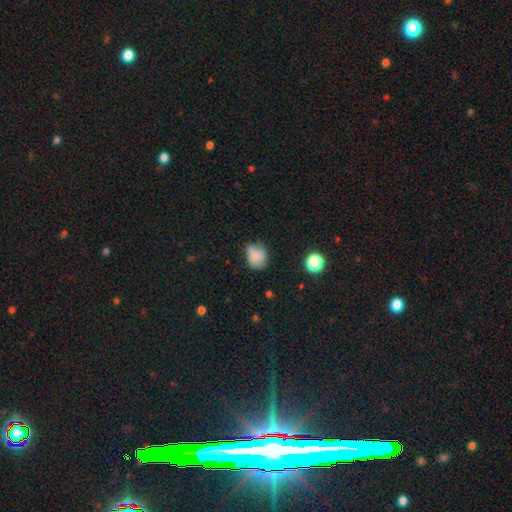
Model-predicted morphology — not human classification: Smooth or featured? Predicted: smooth (p=0.73). How rounded? Predicted: round (p=0.57). Merging? Predicted: none (p=0.45).